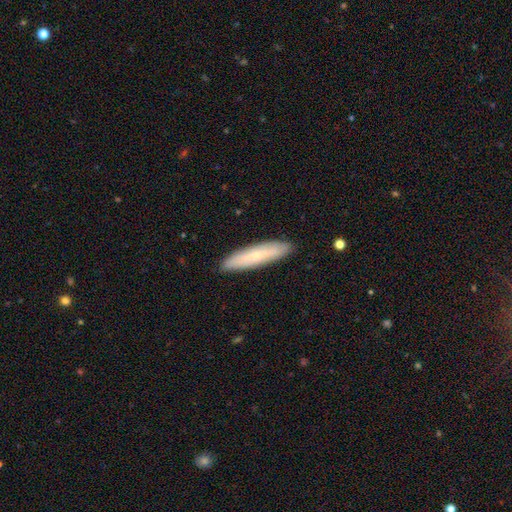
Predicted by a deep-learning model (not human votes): Q: Smooth or featured?
A: smooth (62%); runner-up: featured or disk (31%)
Q: How rounded?
A: cigar-shaped (82%); runner-up: in between (16%)
Q: Merging?
A: none (89%); runner-up: minor disturbance (8%)